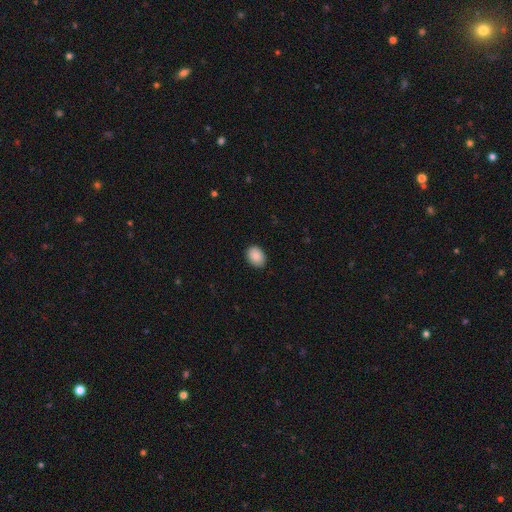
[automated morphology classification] Smooth or featured? smooth (89%)
How rounded? in between (75%)
Merging? none (89%)